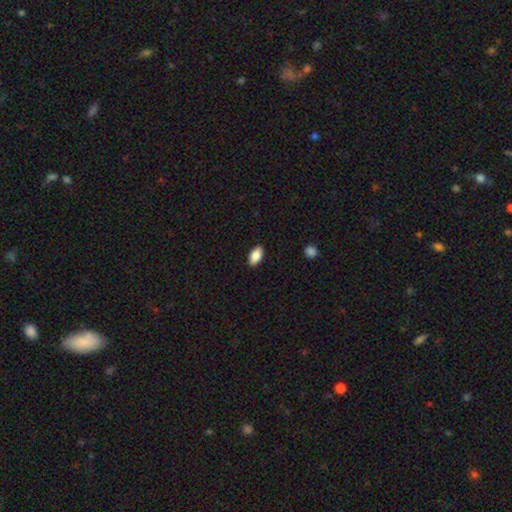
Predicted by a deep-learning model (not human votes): Overall: smooth (85%). How rounded: in between (91%). Merging: none (89%).